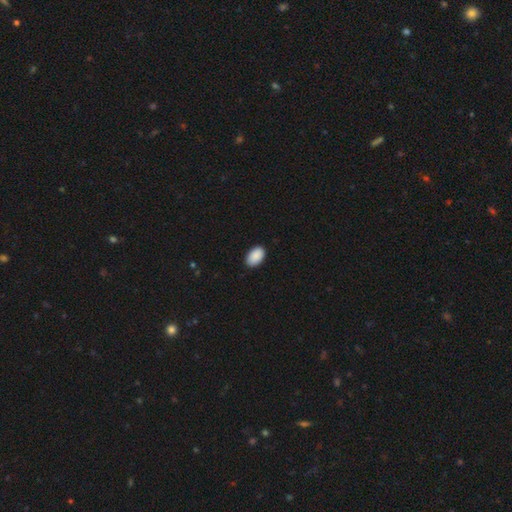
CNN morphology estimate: type=smooth (91%); roundness=in between (93%); merging=none (86%).